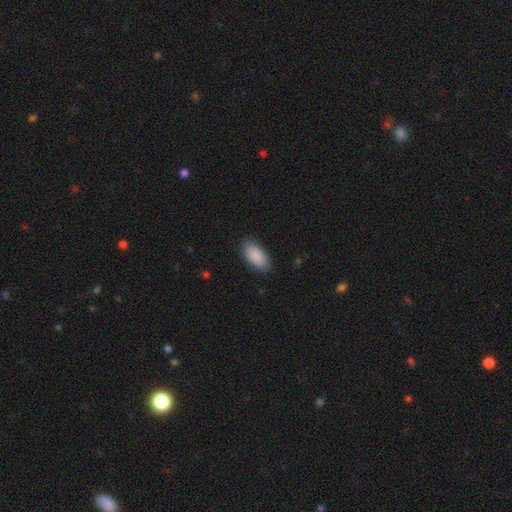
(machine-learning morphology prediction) A smooth galaxy with no disk features (90%) that is in between round and cigar-shaped (93%). Merging: none (86%).